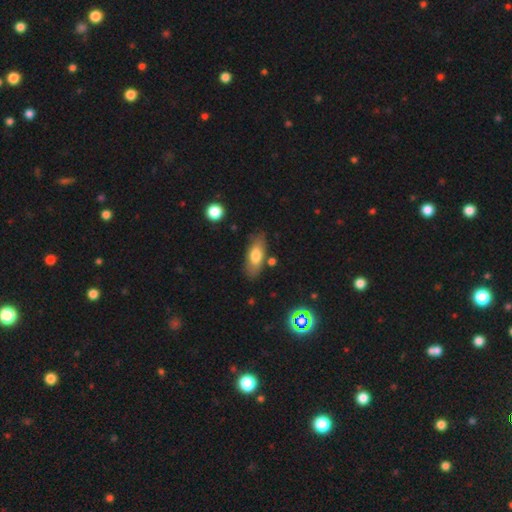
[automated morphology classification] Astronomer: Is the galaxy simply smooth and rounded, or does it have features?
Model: smooth — 71%.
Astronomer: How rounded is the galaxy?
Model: in between — 77%.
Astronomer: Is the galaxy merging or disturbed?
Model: none — 78%.